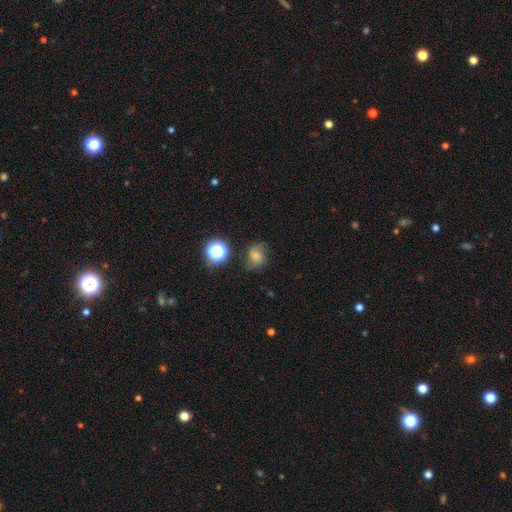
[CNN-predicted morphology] A featured or disk galaxy (37%).

Vote fractions:
- Smooth or featured? featured or disk: 37% / smooth: 36% / star or artifact: 27%
- Merging? none: 76% / minor disturbance: 15% / major disturbance: 6% / merger: 3%